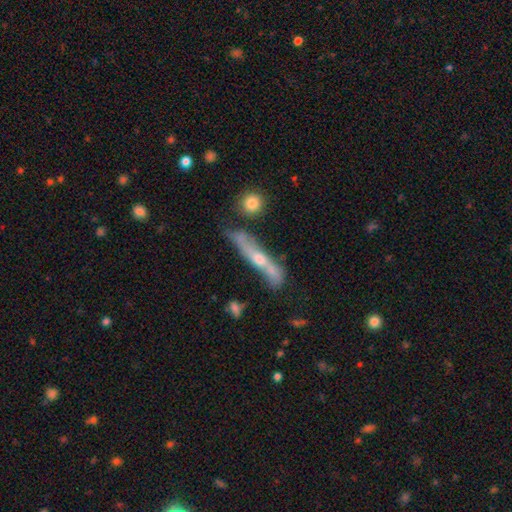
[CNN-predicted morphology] A featured or disk galaxy (61%) viewed edge-on (73%).

Vote fractions:
- Smooth or featured? featured or disk: 61% / smooth: 31% / star or artifact: 8%
- Edge-on disk? yes: 73% / no: 27%
- Merging? none: 53% / minor disturbance: 23% / merger: 15% / major disturbance: 9%